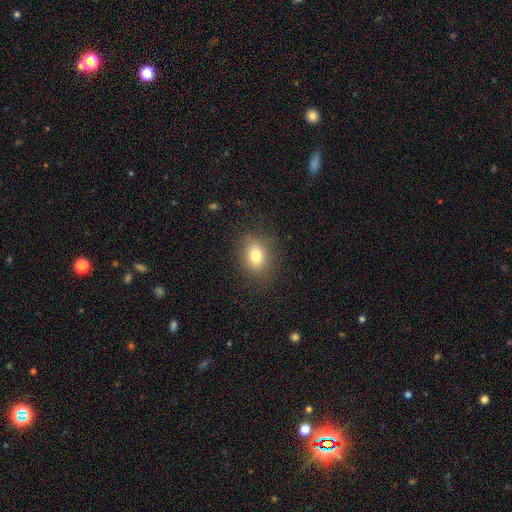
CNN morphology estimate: A smooth galaxy with no disk features (78%) that is in between round and cigar-shaped (56%).

Vote fractions:
- Smooth or featured? smooth: 78% / star or artifact: 12% / featured or disk: 10%
- How rounded? in between: 56% / round: 43% / cigar-shaped: 1%
- Merging? none: 84% / minor disturbance: 11% / major disturbance: 4% / merger: 1%